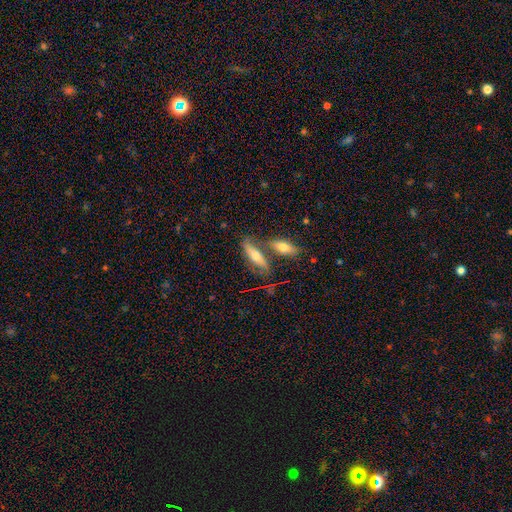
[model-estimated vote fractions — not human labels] This is possibly a smooth galaxy (55%). How rounded: possibly cigar-shaped (52%). Merging: possibly none (55%).